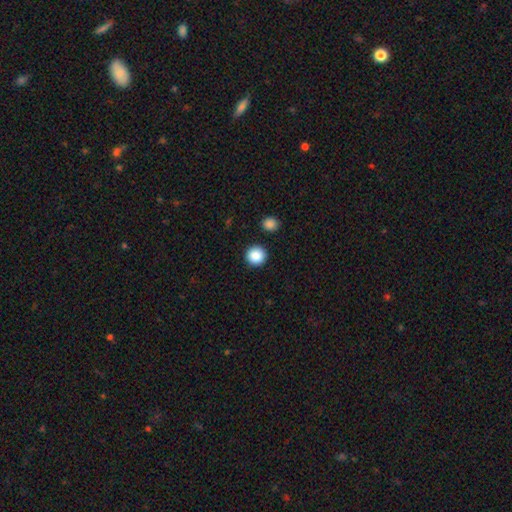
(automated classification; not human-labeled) Overall: smooth (88%). How rounded: round (95%). Merging: none (91%).